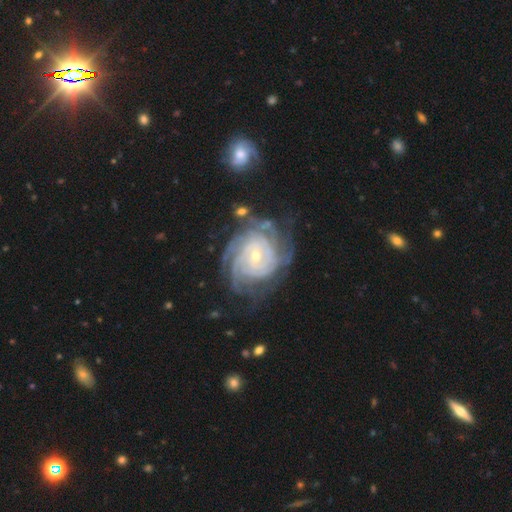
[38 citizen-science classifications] Smooth or featured? 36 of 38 (95%) said featured or disk. Edge-on disk? 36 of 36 (100%) said no. Bar? 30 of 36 (83%) said no. Spiral arms? 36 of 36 (100%) said yes. Spiral winding? 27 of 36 (75%) said tight. Spiral arm count? 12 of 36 (33%) said can't tell. Bulge size? 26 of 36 (72%) said small. Merging? 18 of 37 (49%) said none.